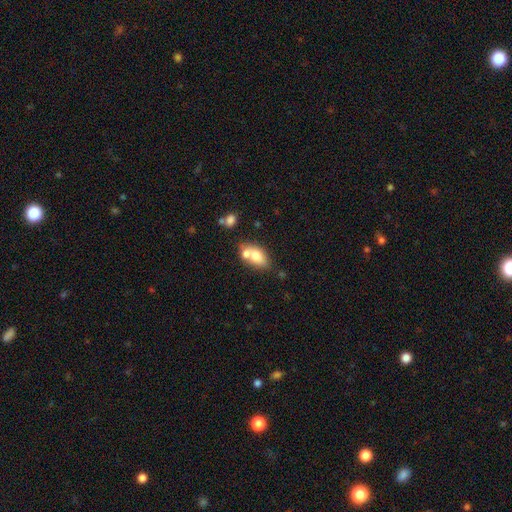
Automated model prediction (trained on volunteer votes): smooth 72%, featured or disk 20%, star or artifact 8%. Down the decision tree: how rounded — in between (85%); merging — merger (42%).